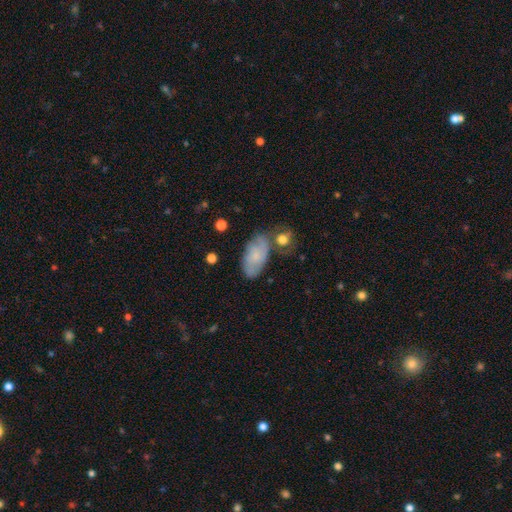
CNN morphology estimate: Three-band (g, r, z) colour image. It shows a smooth galaxy with no disk features (57%) that is in between round and cigar-shaped (91%). Merging: none (57%).